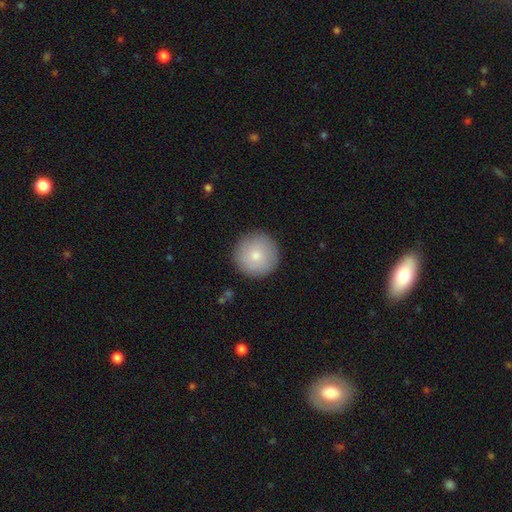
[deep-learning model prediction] Smooth or featured? smooth (81%)
How rounded? round (96%)
Merging? none (90%)